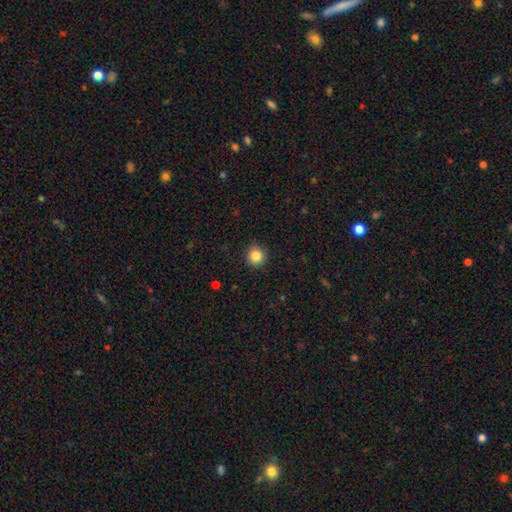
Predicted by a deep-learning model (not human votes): The model was most divided on "smooth or featured": smooth: 84%, star or artifact: 11%, featured or disk: 5%. More confident: how rounded — round (92%); merging — none (89%).